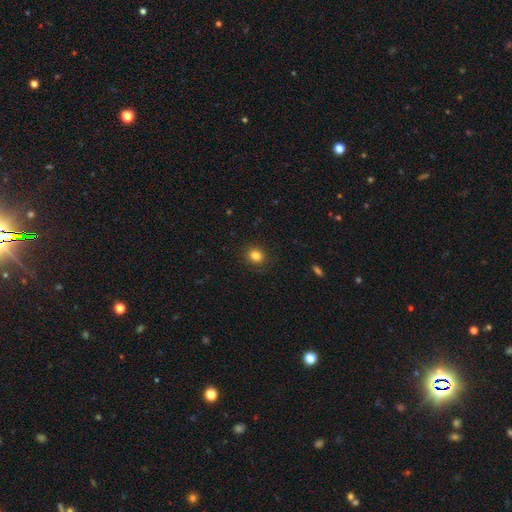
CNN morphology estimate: Smooth or featured: smooth — 83% (star or artifact — 12%)
How rounded: round — 76% (in between — 23%)
Merging: none — 89% (minor disturbance — 7%)